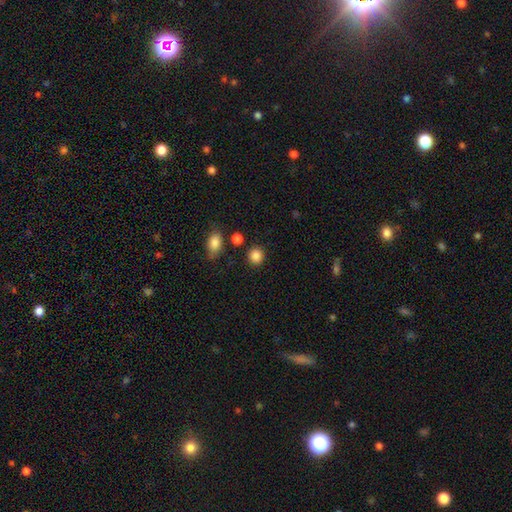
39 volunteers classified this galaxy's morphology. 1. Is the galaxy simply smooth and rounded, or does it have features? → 90% smooth, 5% featured or disk, 5% star or artifact.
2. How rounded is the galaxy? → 94% round, 6% in between, 0% cigar-shaped.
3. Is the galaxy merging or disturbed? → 89% none, 5% minor disturbance, 5% major disturbance, 0% merger.